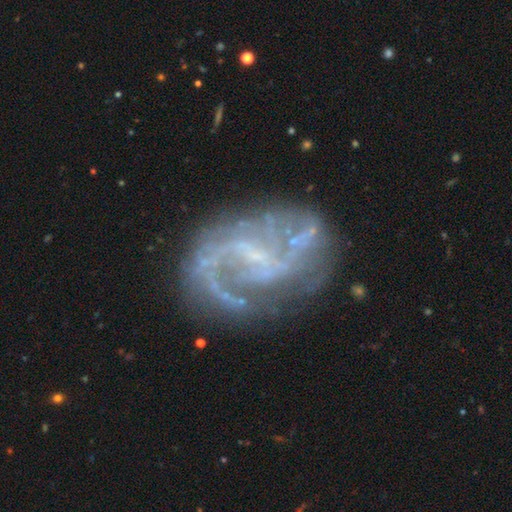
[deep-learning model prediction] Q: Smooth or featured?
A: featured or disk (86%); runner-up: star or artifact (7%)
Q: Edge-on disk?
A: no (98%); runner-up: yes (2%)
Q: Bar?
A: weak (50%); runner-up: no (28%)
Q: Spiral arms?
A: yes (89%); runner-up: no (11%)
Q: Spiral winding?
A: medium (43%); runner-up: loose (36%)
Q: Spiral arm count?
A: 2 (53%); runner-up: can't tell (20%)
Q: Bulge size?
A: small (55%); runner-up: none (35%)
Q: Merging?
A: none (58%); runner-up: major disturbance (19%)